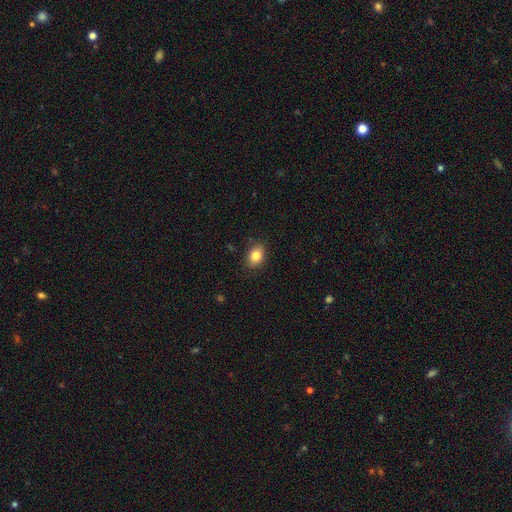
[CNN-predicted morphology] The model was most divided on "how rounded": in between: 71%, round: 28%, cigar-shaped: 1%. More confident: merging — none (86%); smooth or featured — smooth (85%).